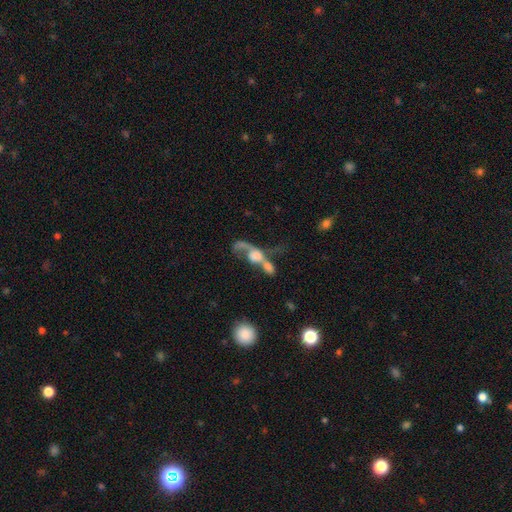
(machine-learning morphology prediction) Smooth or featured: featured or disk — 50% (smooth — 38%)
Edge-on disk: no — 87% (yes — 13%)
Merging: merger — 67% (major disturbance — 16%)